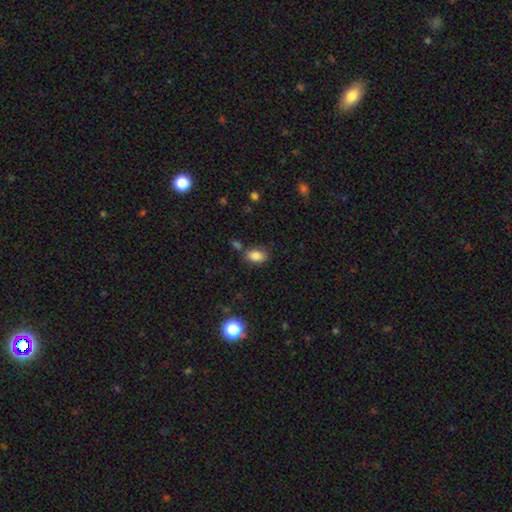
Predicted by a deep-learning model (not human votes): smooth-or-featured: smooth: 85% | star or artifact: 10% | featured or disk: 5%
  how-rounded: in between: 86% | round: 13% | cigar-shaped: 2%
  merging: none: 71% | minor disturbance: 16% | merger: 9% | major disturbance: 4%